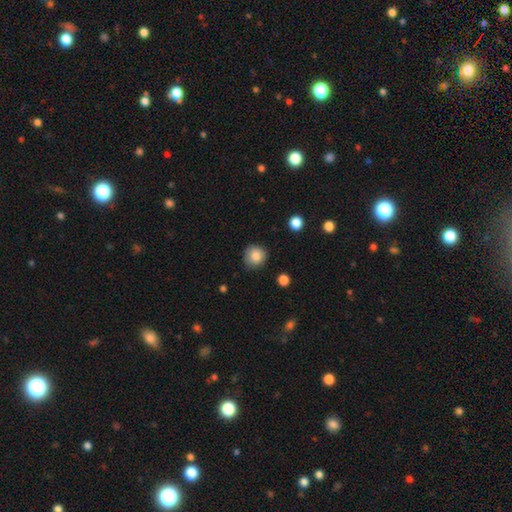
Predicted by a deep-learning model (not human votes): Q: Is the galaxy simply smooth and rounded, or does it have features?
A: smooth — 84%.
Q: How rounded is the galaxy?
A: round — 91%.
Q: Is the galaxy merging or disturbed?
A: none — 82%.